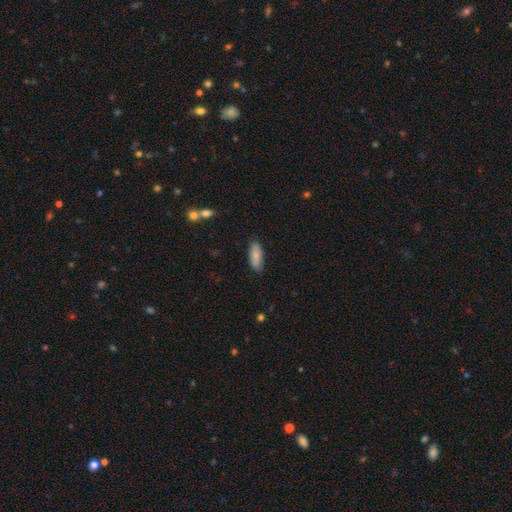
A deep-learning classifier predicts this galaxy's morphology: smooth 81%, featured or disk 13%, star or artifact 6%. Down the decision tree: how rounded — in between (76%); merging — none (84%).